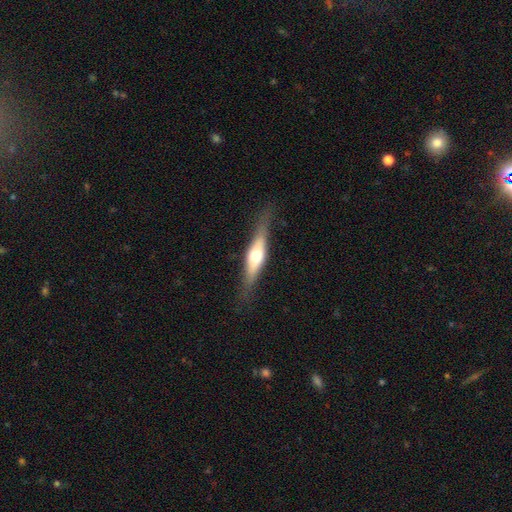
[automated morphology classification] A featured or disk galaxy (55%) viewed edge-on (89%).

Vote fractions:
- Smooth or featured? featured or disk: 55% / smooth: 40% / star or artifact: 6%
- Edge-on disk? yes: 89% / no: 11%
- Merging? none: 79% / minor disturbance: 15% / major disturbance: 5% / merger: 1%